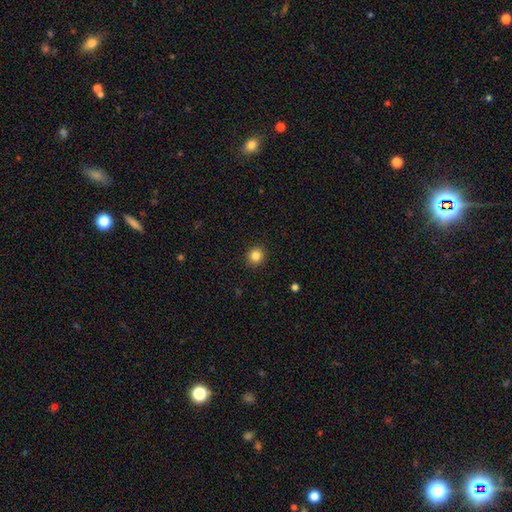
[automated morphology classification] This is clearly a smooth galaxy (84%). How rounded: clearly round (90%). Merging: clearly none (92%).